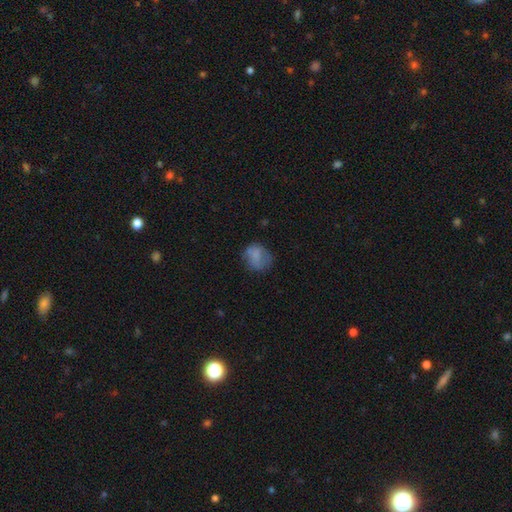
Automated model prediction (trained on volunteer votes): This is likely a smooth galaxy (71%). How rounded: likely round (64%). Merging: possibly none (56%).